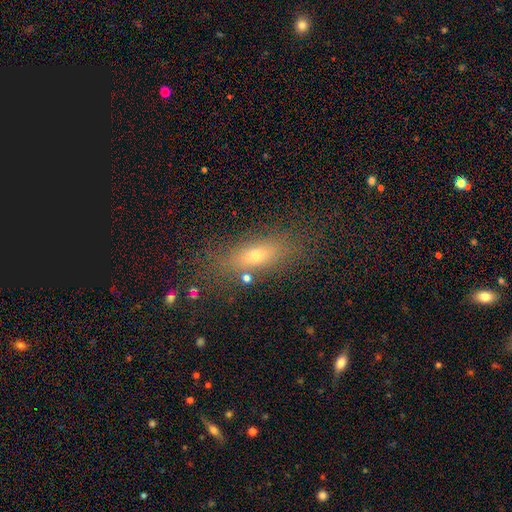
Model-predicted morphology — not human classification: This appears to be a smooth galaxy with no disk features (66%) that is in between round and cigar-shaped (65%). Merging: none (77%).